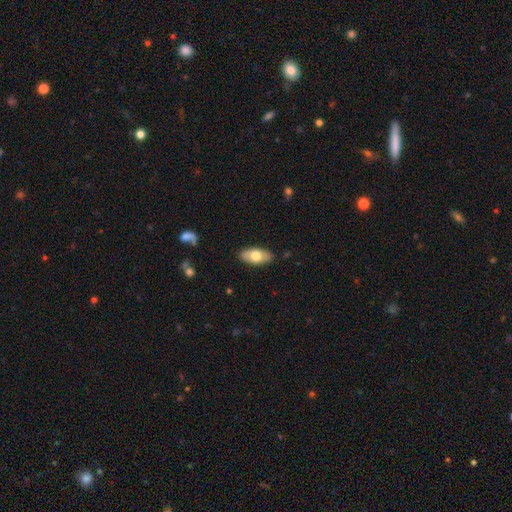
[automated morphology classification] smooth_or_featured: smooth (p=0.67) [alt: featured or disk p=0.27]
how_rounded: in between (p=0.91) [alt: cigar-shaped p=0.06]
merging: none (p=0.86) [alt: minor disturbance p=0.10]